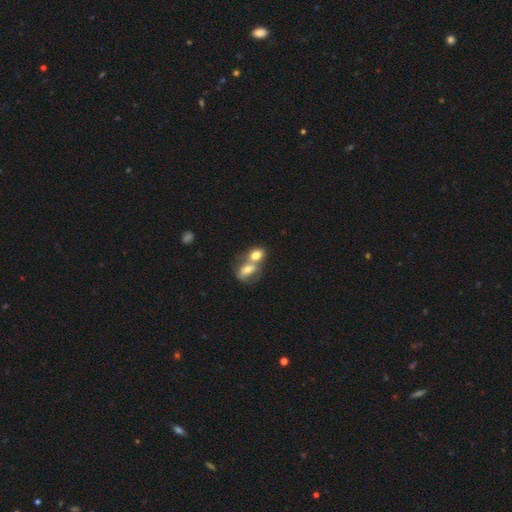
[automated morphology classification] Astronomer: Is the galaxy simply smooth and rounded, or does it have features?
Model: smooth — 71%.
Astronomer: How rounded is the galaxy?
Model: in between — 77%.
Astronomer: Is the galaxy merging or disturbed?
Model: merger — 70%.